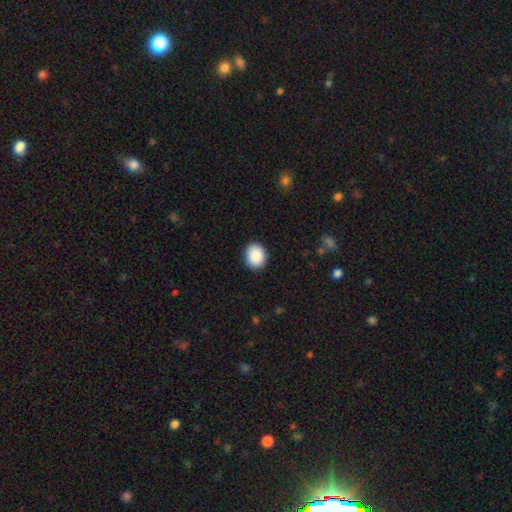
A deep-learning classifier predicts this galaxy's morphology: smooth-or-featured: smooth: 90% | star or artifact: 7% | featured or disk: 3%
  how-rounded: round: 59% | in between: 40% | cigar-shaped: 1%
  merging: none: 90% | minor disturbance: 7% | major disturbance: 2% | merger: 1%